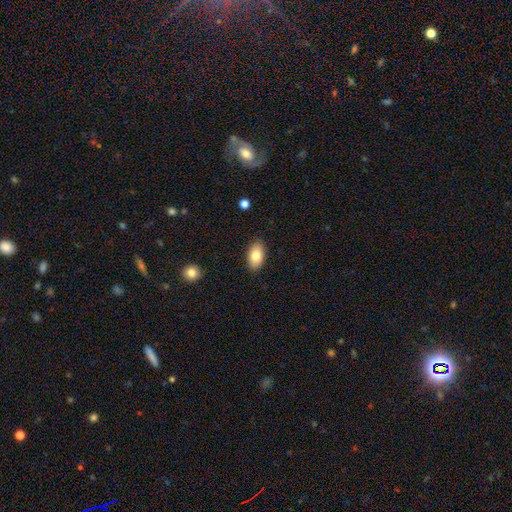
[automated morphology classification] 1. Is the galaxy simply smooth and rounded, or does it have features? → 82% smooth, 11% featured or disk, 7% star or artifact.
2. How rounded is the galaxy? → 93% in between, 5% round, 2% cigar-shaped.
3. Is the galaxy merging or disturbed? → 87% none, 10% minor disturbance, 2% major disturbance, 1% merger.